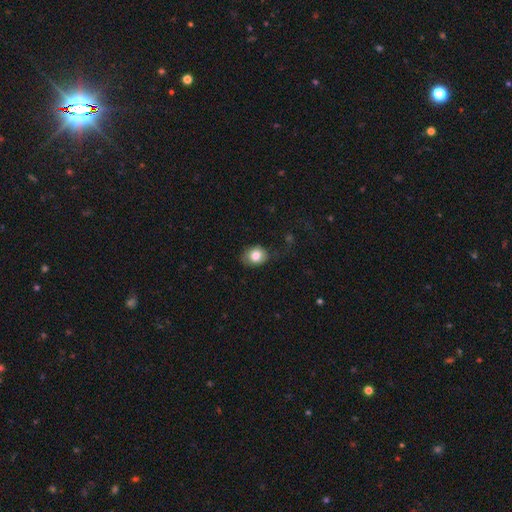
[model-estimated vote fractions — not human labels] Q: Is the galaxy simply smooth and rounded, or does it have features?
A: smooth — 79%.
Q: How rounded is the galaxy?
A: round — 50%.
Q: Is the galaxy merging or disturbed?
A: none — 61%.